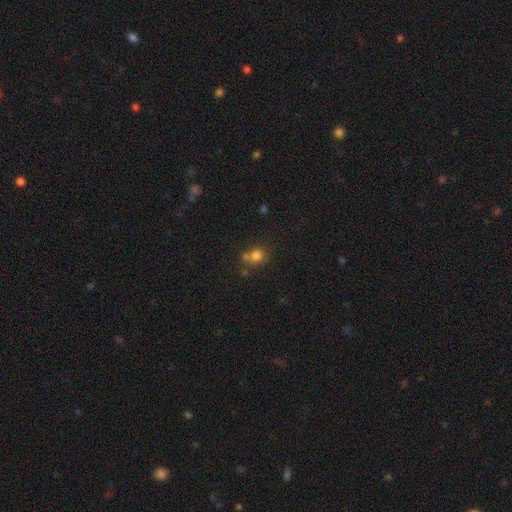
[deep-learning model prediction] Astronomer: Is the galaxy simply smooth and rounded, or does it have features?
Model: smooth — 77%.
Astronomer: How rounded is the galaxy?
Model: round — 77%.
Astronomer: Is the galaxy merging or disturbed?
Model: none — 53% (runner-up: merger, 29%).